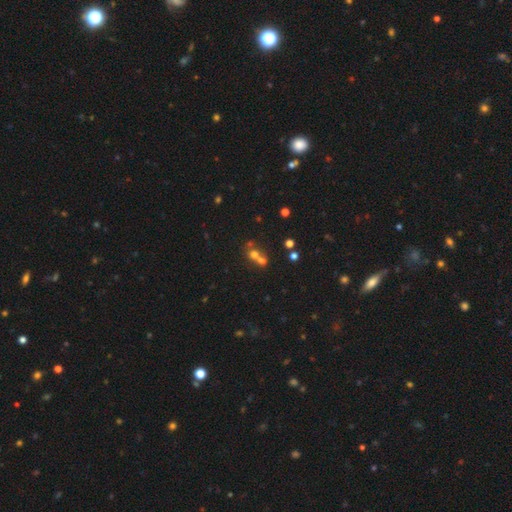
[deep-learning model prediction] Smooth or featured? smooth (58%)
How rounded? round (73%)
Merging? merger (60%)